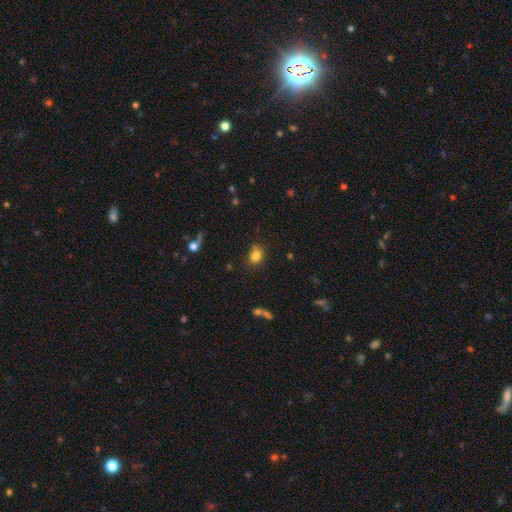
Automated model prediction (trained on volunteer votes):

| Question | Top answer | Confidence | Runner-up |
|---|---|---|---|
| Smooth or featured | smooth | 83% | star or artifact (11%) |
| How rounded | in between | 56% | round (43%) |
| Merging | none | 75% | minor disturbance (18%) |